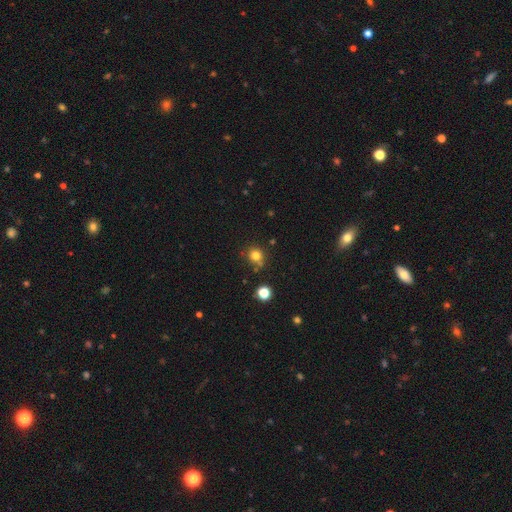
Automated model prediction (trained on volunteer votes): smooth 79%, star or artifact 15%, featured or disk 6%. Down the decision tree: how rounded — round (85%); merging — none (72%).